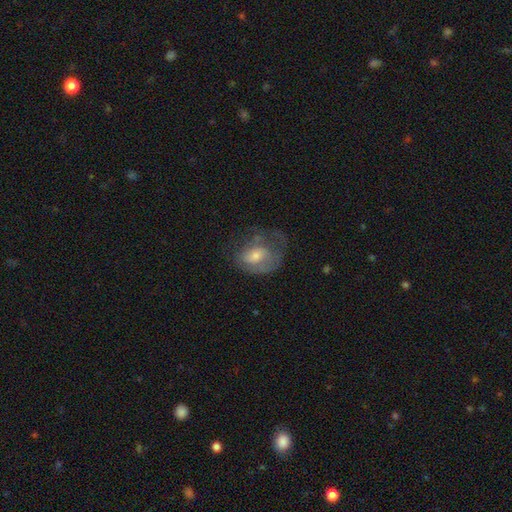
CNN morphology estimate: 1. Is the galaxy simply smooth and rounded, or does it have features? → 49% featured or disk, 42% smooth, 9% star or artifact.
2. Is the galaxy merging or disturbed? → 40% none, 33% major disturbance, 25% minor disturbance, 2% merger.